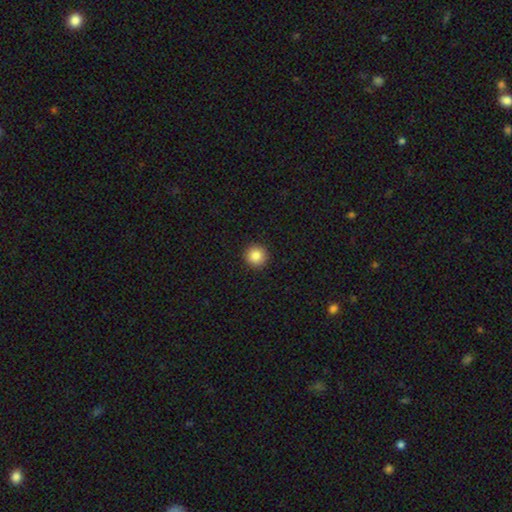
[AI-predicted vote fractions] Smooth or featured?
  - smooth: 86% *
  - star or artifact: 9%
  - featured or disk: 5%
How rounded?
  - round: 95% *
  - in between: 4%
  - cigar-shaped: 1%
Merging?
  - none: 93% *
  - minor disturbance: 4%
  - major disturbance: 2%
  - merger: 1%